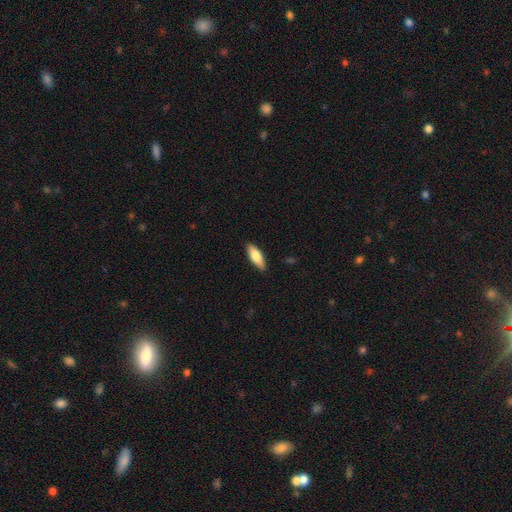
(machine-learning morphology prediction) smooth_or_featured: smooth (p=0.75) [alt: featured or disk p=0.19]
how_rounded: in between (p=0.62) [alt: cigar-shaped p=0.36]
merging: none (p=0.87) [alt: minor disturbance p=0.10]